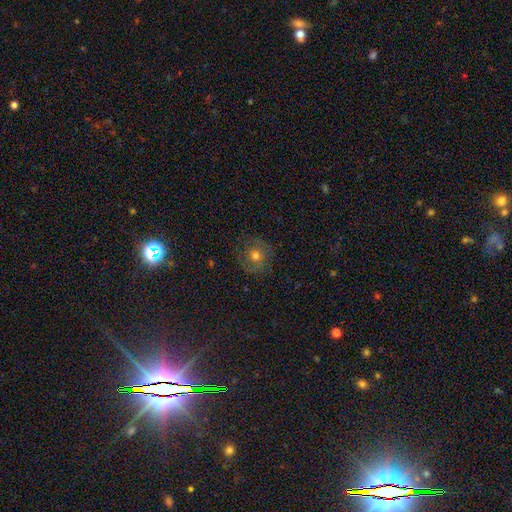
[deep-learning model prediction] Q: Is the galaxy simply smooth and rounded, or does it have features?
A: smooth — 57%.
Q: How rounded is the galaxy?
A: round — 89%.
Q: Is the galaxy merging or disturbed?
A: none — 79%.